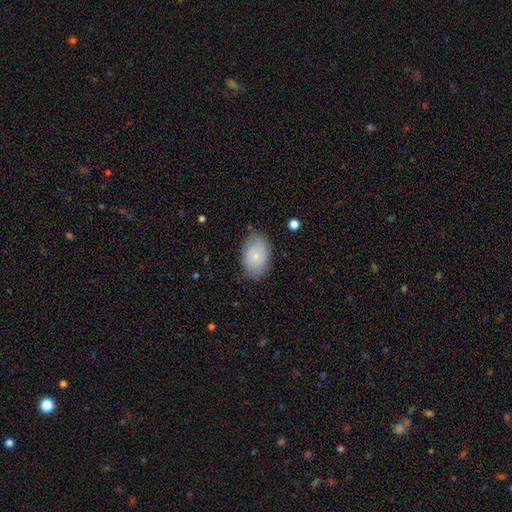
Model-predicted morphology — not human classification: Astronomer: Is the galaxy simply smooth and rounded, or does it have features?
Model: smooth — 67%.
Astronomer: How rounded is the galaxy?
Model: in between — 89%.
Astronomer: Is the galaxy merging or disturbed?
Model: none — 81%.